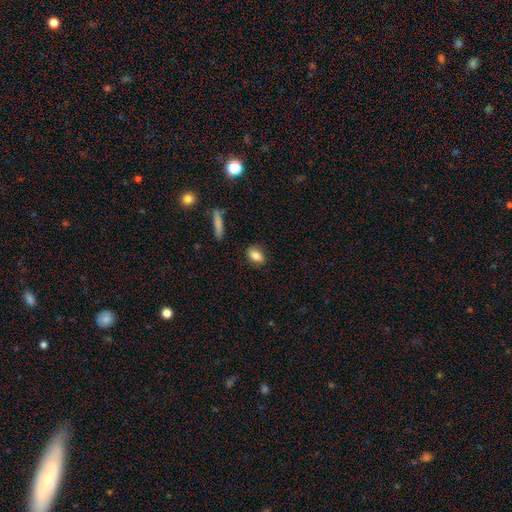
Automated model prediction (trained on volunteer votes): Overall: smooth (83%). How rounded: in between (80%). Merging: none (86%).